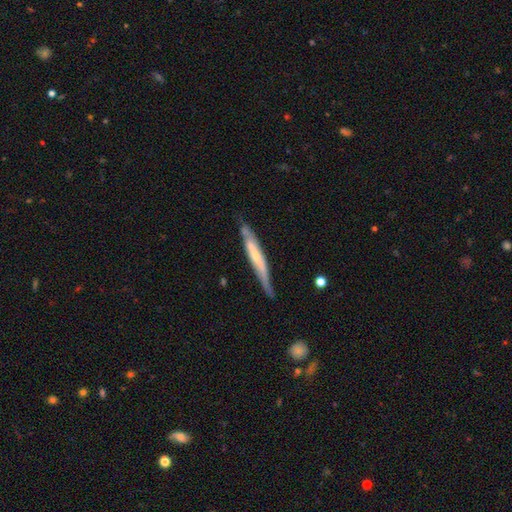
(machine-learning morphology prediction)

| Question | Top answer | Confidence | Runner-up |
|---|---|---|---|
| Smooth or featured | featured or disk | 66% | smooth (29%) |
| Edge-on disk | yes | 79% | no (21%) |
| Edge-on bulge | none | 47% | rounded (41%) |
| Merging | none | 67% | minor disturbance (25%) |